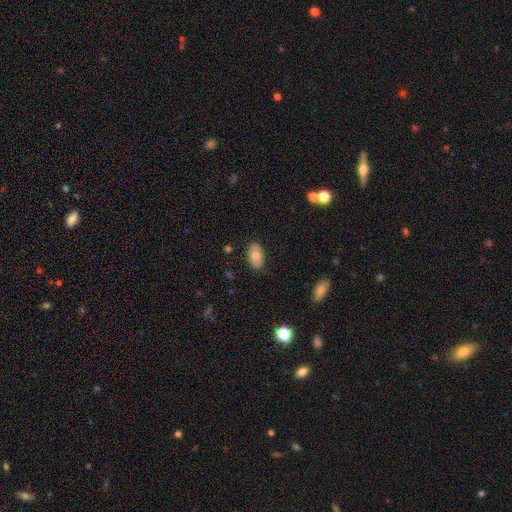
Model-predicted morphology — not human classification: smooth 72%, featured or disk 21%, star or artifact 8%. Down the decision tree: how rounded — in between (92%); merging — none (84%).